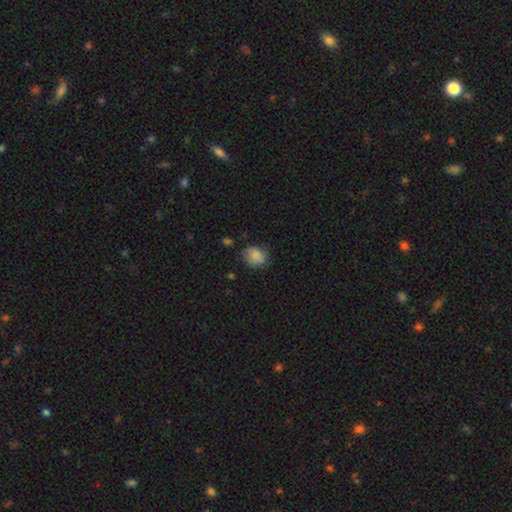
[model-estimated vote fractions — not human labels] A smooth galaxy with no disk features (84%) that is round (53%). Merging: none (63%).